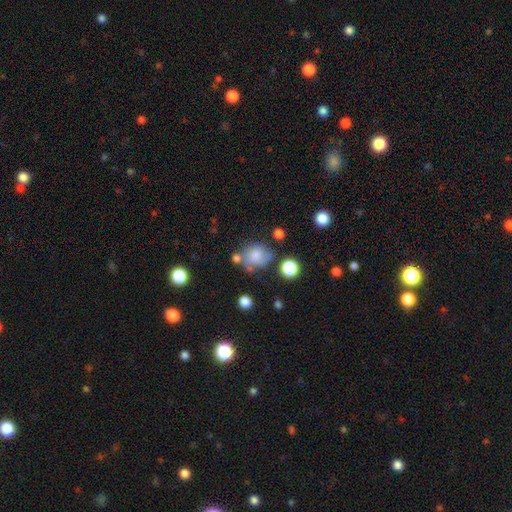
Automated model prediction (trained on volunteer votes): A smooth galaxy with no disk features (64%) that is round (61%).

Vote fractions:
- Smooth or featured? smooth: 64% / featured or disk: 24% / star or artifact: 12%
- How rounded? round: 61% / in between: 38% / cigar-shaped: 1%
- Merging? none: 47% / minor disturbance: 25% / merger: 14% / major disturbance: 14%